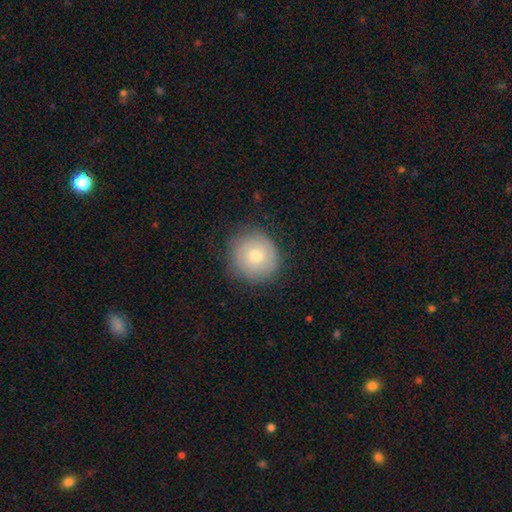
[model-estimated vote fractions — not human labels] Overall: smooth (62%; featured or disk 29%). How rounded: round (91%). Merging: none (79%).